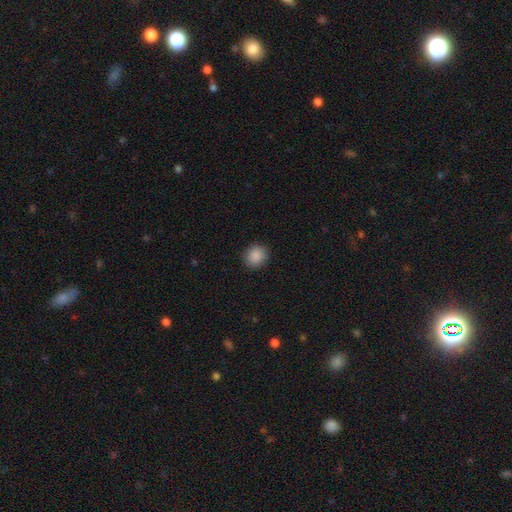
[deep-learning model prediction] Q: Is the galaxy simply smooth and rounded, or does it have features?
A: smooth — 89%.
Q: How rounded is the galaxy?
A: round — 82%.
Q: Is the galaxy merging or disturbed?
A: none — 90%.